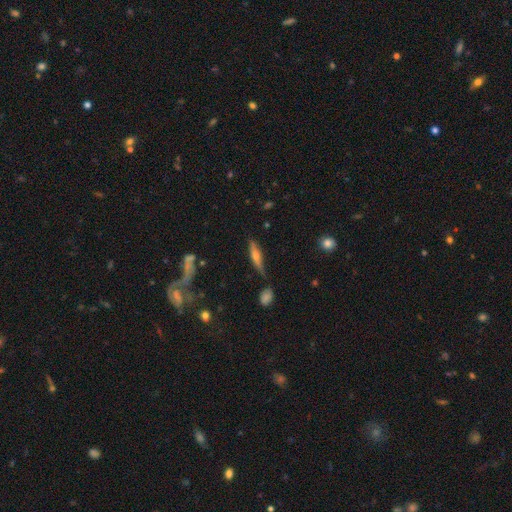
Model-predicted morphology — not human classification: A featured or disk galaxy (58%) viewed edge-on (92%) with a rounded central bulge (85%).

Vote fractions:
- Smooth or featured? featured or disk: 58% / smooth: 34% / star or artifact: 8%
- Edge-on disk? yes: 92% / no: 8%
- Edge-on bulge? rounded: 85% / none: 8% / boxy: 7%
- Merging? none: 77% / minor disturbance: 15% / major disturbance: 4% / merger: 4%